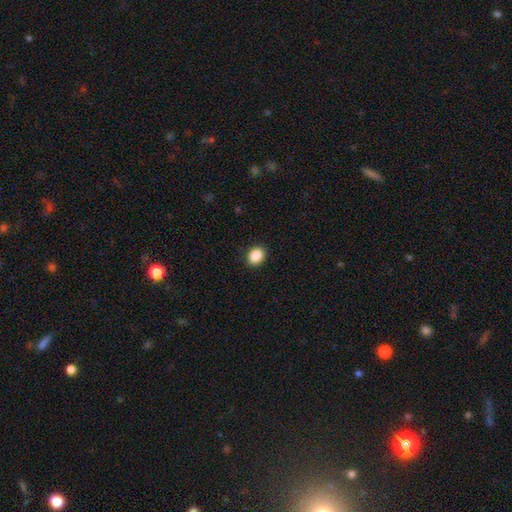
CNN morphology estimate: Smooth or featured? smooth (88%)
How rounded? in between (58%)
Merging? none (91%)